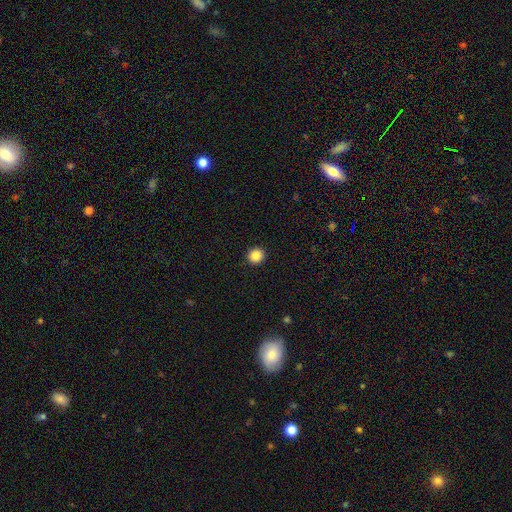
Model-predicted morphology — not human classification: Overall: smooth (87%). How rounded: round (94%). Merging: none (93%).